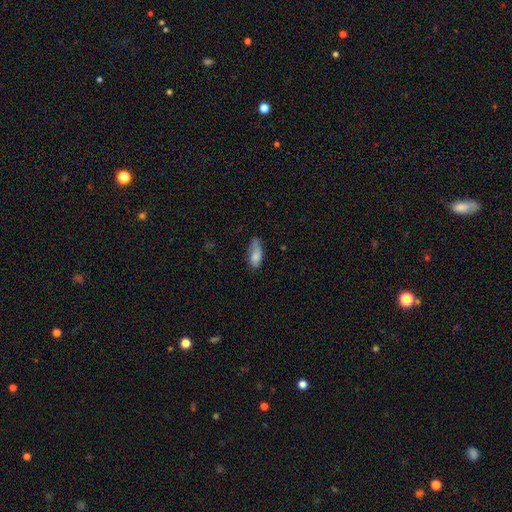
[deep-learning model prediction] This appears to be a smooth galaxy with no disk features (77%) that is in between round and cigar-shaped (78%). Merging: none (46%).